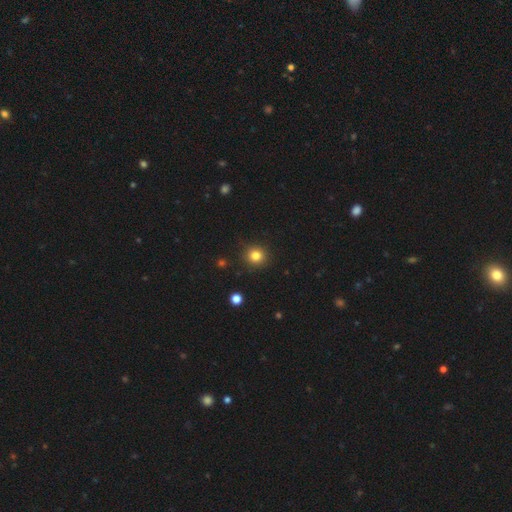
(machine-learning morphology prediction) The model was most divided on "smooth or featured": smooth: 82%, star or artifact: 12%, featured or disk: 6%. More confident: how rounded — round (91%); merging — none (89%).